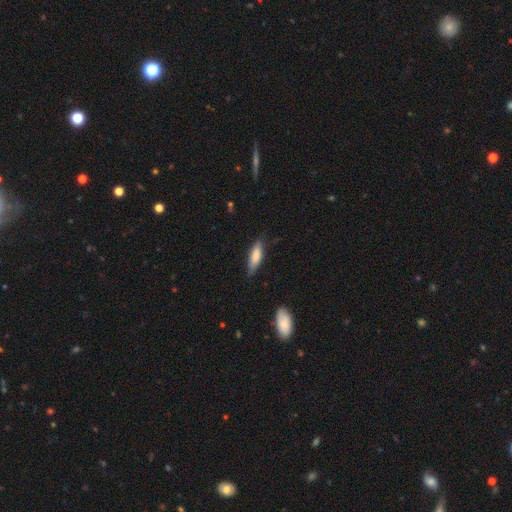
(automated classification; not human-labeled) smooth-or-featured: smooth: 76% | featured or disk: 19% | star or artifact: 6%
  how-rounded: cigar-shaped: 56% | in between: 42% | round: 2%
  merging: none: 72% | minor disturbance: 22% | major disturbance: 4% | merger: 2%